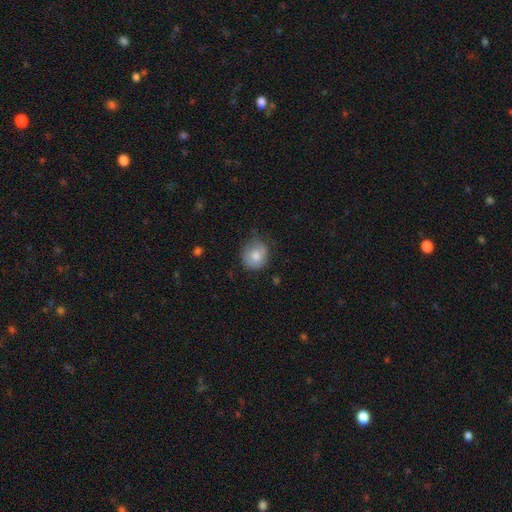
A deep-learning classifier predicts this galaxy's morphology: A smooth galaxy with no disk features (74%) that is round (82%). Merging: none (66%).